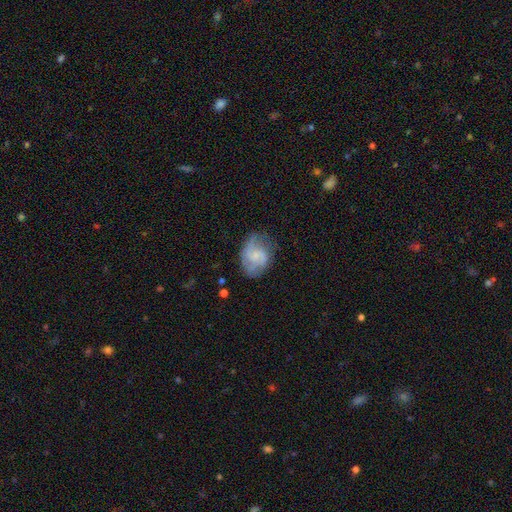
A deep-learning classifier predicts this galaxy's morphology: featured or disk 70%, smooth 23%, star or artifact 7%. Down the decision tree: edge-on disk — no (98%); bar — no (58%); spiral arms — yes (91%); spiral arm count — 2 (55%); spiral winding — medium (48%); bulge size — small (47%); merging — none (62%).